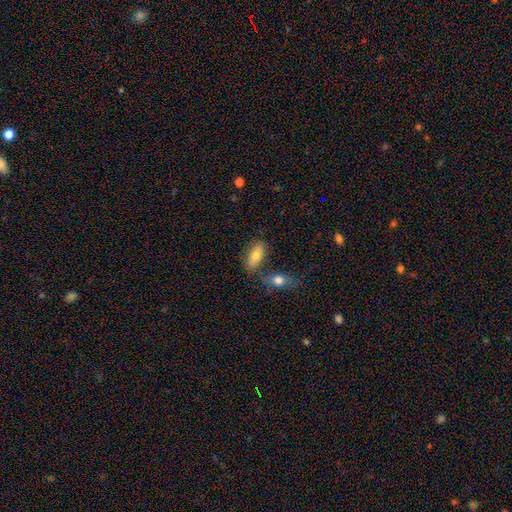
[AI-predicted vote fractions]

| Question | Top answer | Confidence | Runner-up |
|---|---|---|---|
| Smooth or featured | smooth | 74% | featured or disk (18%) |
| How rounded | in between | 80% | cigar-shaped (16%) |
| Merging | none | 67% | merger (17%) |